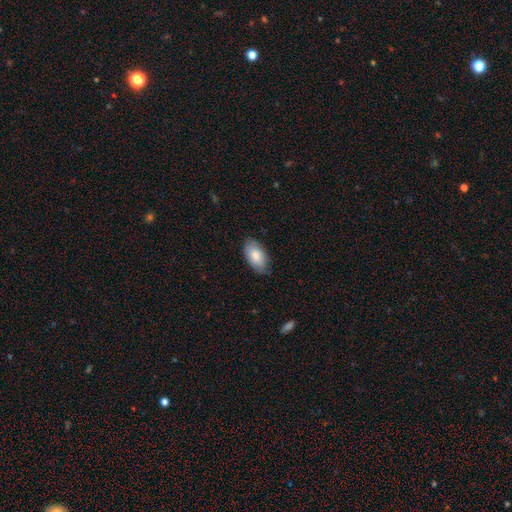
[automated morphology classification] smooth-or-featured: smooth: 81% | featured or disk: 13% | star or artifact: 6%
  how-rounded: in between: 95% | round: 3% | cigar-shaped: 2%
  merging: none: 82% | minor disturbance: 15% | major disturbance: 3% | merger: 1%